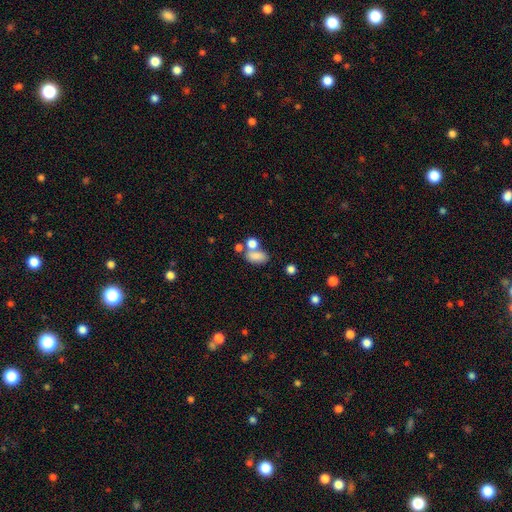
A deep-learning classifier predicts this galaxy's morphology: type=smooth (78%); roundness=in between (85%); merging=none (41%).